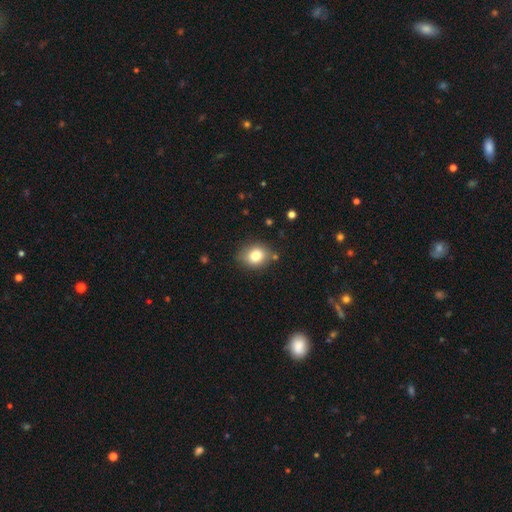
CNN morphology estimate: smooth-or-featured: smooth: 81% | star or artifact: 10% | featured or disk: 9%
  how-rounded: round: 51% | in between: 48% | cigar-shaped: 1%
  merging: none: 77% | minor disturbance: 16% | major disturbance: 4% | merger: 4%